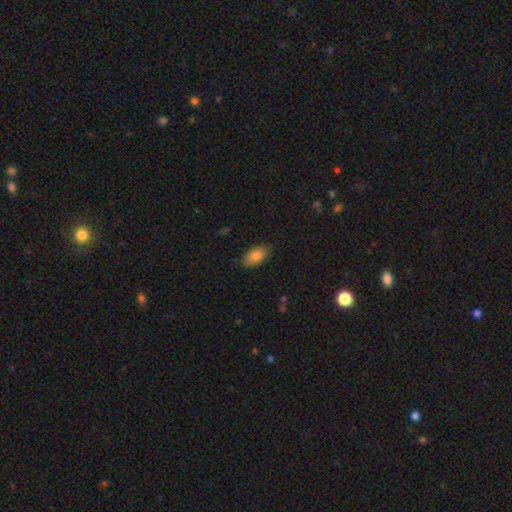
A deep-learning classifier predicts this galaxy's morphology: smooth 84%, featured or disk 9%, star or artifact 7%. Down the decision tree: how rounded — in between (93%); merging — none (81%).